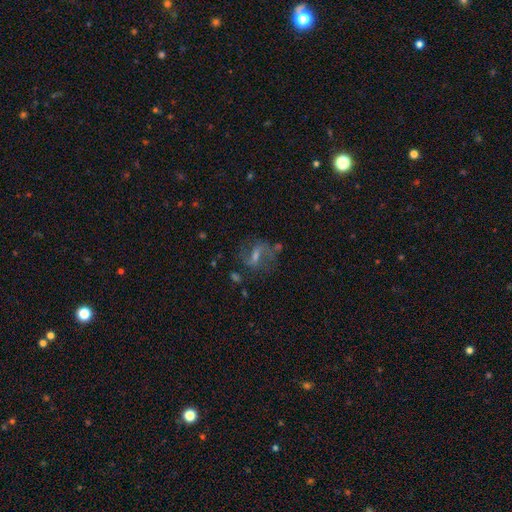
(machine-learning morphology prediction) Smooth or featured?
  - featured or disk: 60% *
  - smooth: 25%
  - star or artifact: 15%
Edge-on disk?
  - no: 93% *
  - yes: 7%
Bar?
  - weak: 44% *
  - strong: 35%
  - no: 21%
Spiral arms?
  - yes: 72% *
  - no: 28%
Bulge size?
  - small: 41% *
  - moderate: 35%
  - none: 17%
  - large: 5%
  - dominant: 1%
Merging?
  - none: 62% *
  - minor disturbance: 17%
  - major disturbance: 16%
  - merger: 5%